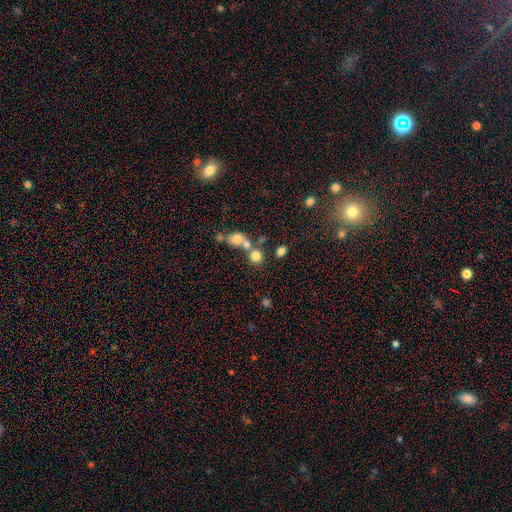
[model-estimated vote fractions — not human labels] Overall: smooth (75%). How rounded: round (82%). Merging: none (49%; merger 40%).